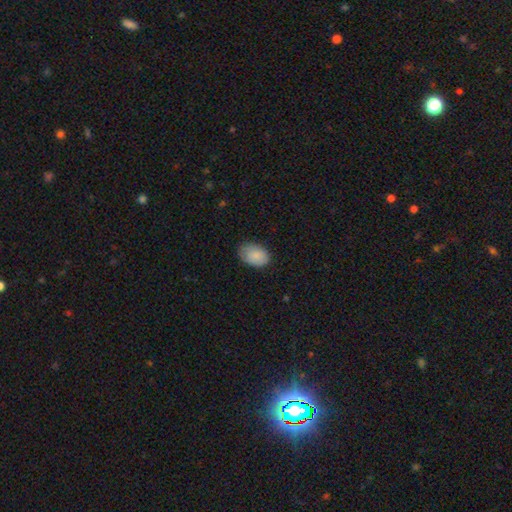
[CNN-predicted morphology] Overall: smooth (85%). How rounded: in between (85%). Merging: none (74%).